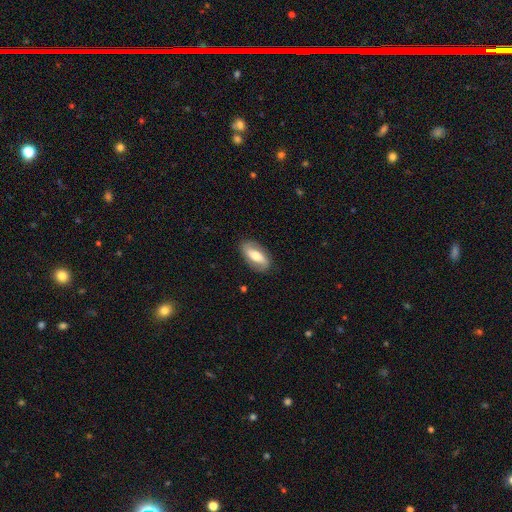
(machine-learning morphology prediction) A featured or disk galaxy (55%). Merging: none (84%).